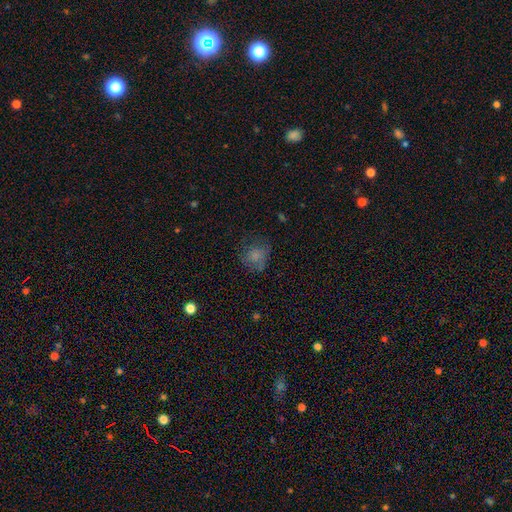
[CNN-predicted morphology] This is likely a smooth galaxy (73%). How rounded: likely round (73%). Merging: possibly none (55%).